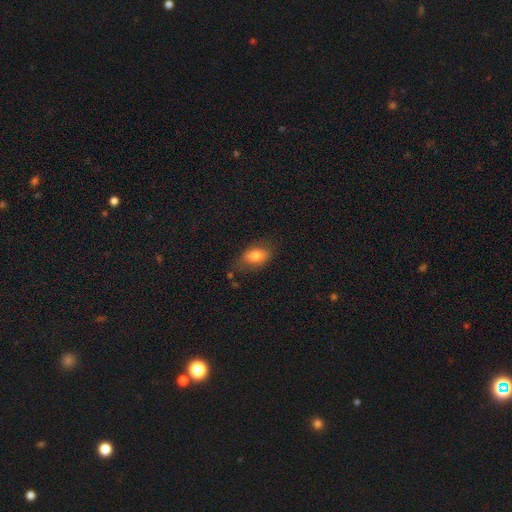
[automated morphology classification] smooth 77%, featured or disk 15%, star or artifact 9%. Down the decision tree: how rounded — in between (86%); merging — none (69%).